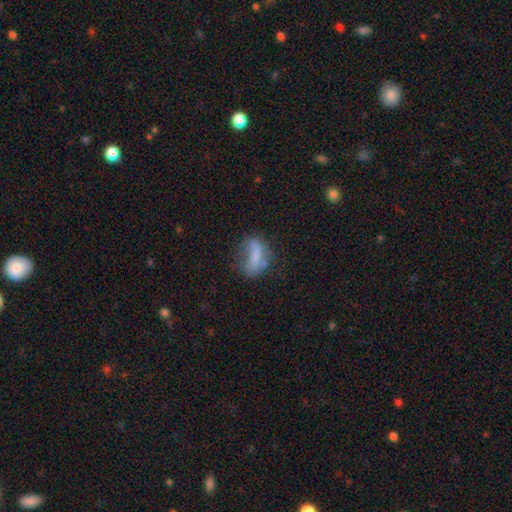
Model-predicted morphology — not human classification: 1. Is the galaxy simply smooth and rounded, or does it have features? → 58% smooth, 30% featured or disk, 11% star or artifact.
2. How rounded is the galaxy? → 77% in between, 12% round, 11% cigar-shaped.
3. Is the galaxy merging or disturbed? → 36% none, 28% major disturbance, 28% minor disturbance, 7% merger.